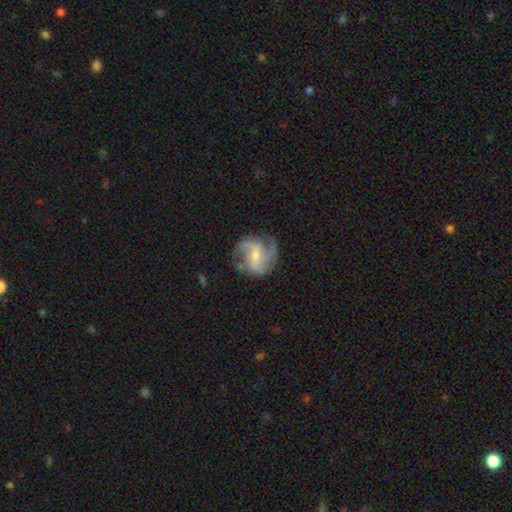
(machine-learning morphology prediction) A featured or disk galaxy (83%) with a weak bar (49%), 2 (49%) medium (48%) spiral arms (95%) and a small central bulge (56%). Merging: none (65%).